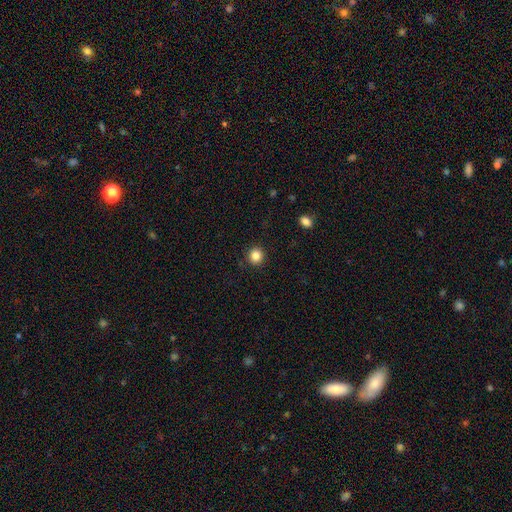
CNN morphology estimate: smooth_or_featured: smooth (p=0.85) [alt: star or artifact p=0.11]
how_rounded: round (p=0.91) [alt: in between p=0.08]
merging: none (p=0.91) [alt: minor disturbance p=0.06]